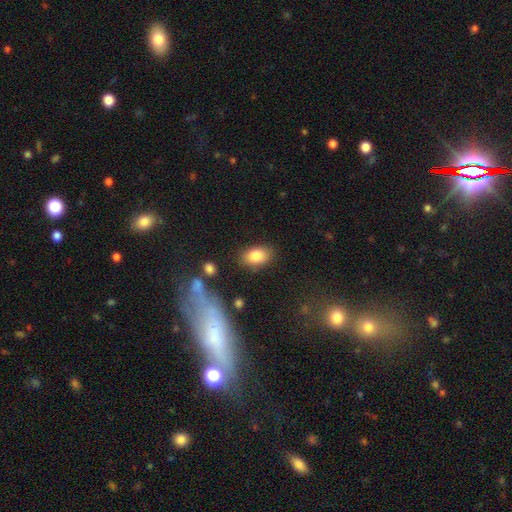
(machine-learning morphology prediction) smooth_or_featured: smooth (p=0.83) [alt: featured or disk p=0.09]
how_rounded: in between (p=0.84) [alt: round p=0.14]
merging: none (p=0.82) [alt: minor disturbance p=0.12]